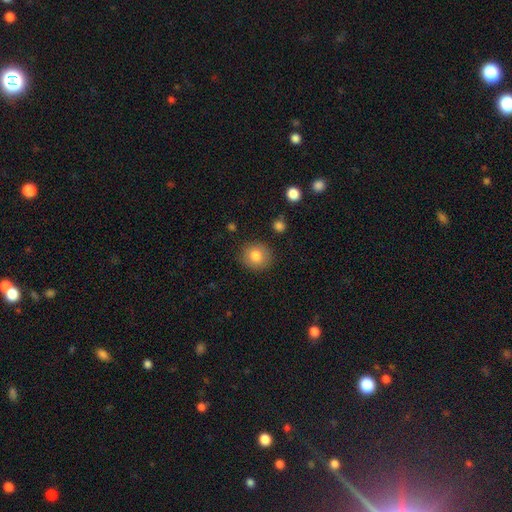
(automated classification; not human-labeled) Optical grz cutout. It shows a smooth galaxy with no disk features (82%) that is round (84%). Merging: none (87%).